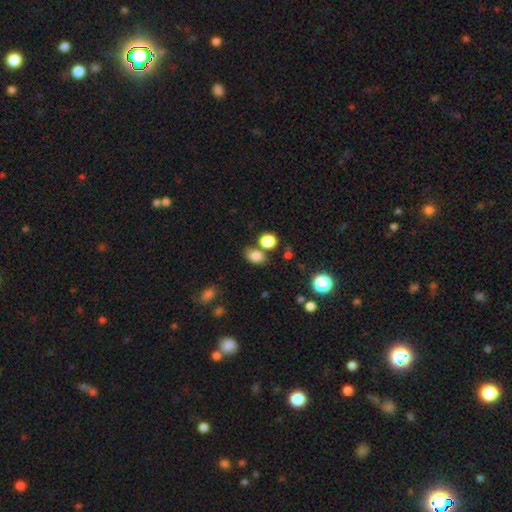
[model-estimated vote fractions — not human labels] smooth_or_featured: smooth (p=0.81) [alt: star or artifact p=0.12]
how_rounded: in between (p=0.72) [alt: round p=0.27]
merging: none (p=0.66) [alt: merger p=0.16]